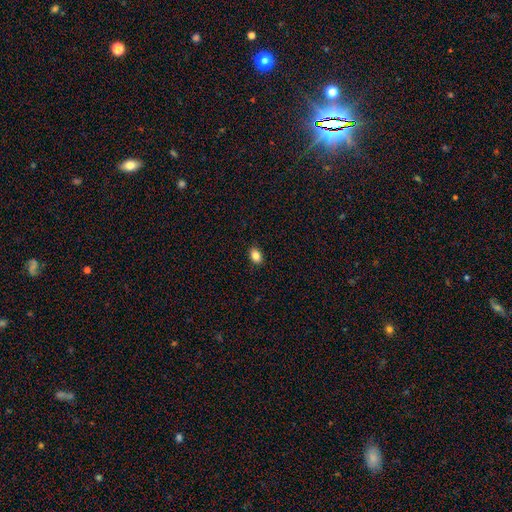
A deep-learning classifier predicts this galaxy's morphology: Smooth or featured? Predicted: smooth (p=0.85). How rounded? Predicted: in between (p=0.75). Merging? Predicted: none (p=0.89).